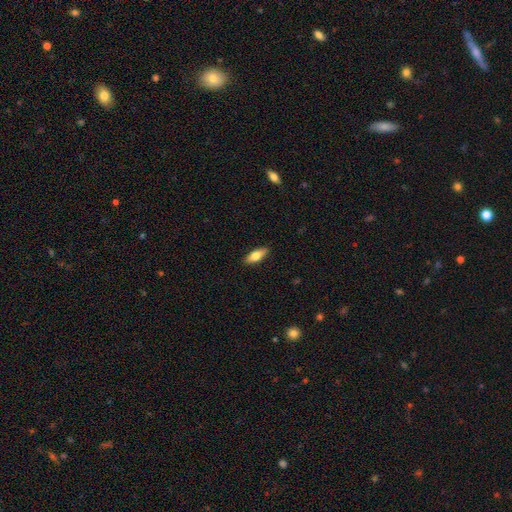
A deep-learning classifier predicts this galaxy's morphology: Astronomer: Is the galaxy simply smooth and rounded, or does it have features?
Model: smooth — 71%.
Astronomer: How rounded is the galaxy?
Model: in between — 72%.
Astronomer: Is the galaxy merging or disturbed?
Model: none — 89%.